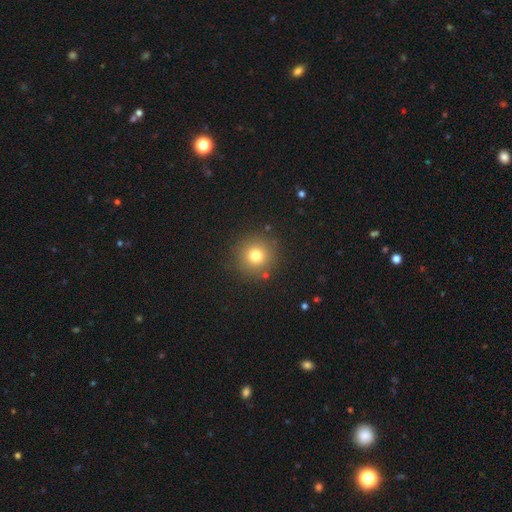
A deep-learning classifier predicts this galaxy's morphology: Overall: smooth (77%). How rounded: round (95%). Merging: none (88%).